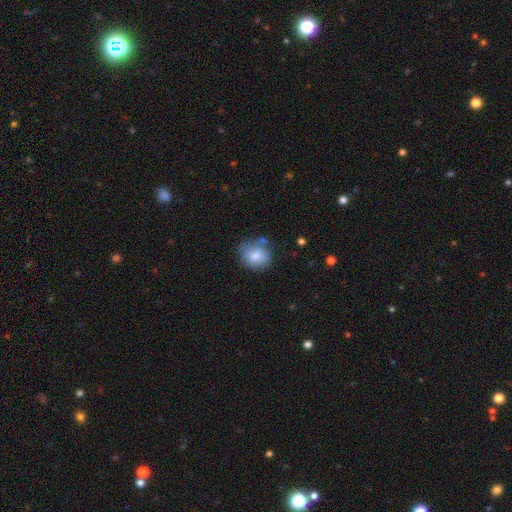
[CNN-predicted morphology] A smooth galaxy with no disk features (78%) that is round (64%).

Vote fractions:
- Smooth or featured? smooth: 78% / featured or disk: 14% / star or artifact: 8%
- How rounded? round: 64% / in between: 35% / cigar-shaped: 1%
- Merging? none: 64% / minor disturbance: 23% / merger: 7% / major disturbance: 6%